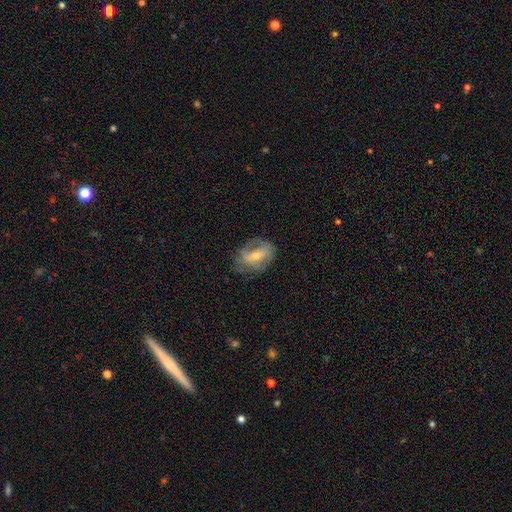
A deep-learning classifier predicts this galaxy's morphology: This is possibly a featured or disk galaxy (58%). It is clearly not viewed edge-on (93%). Bar: marginally weak (38%). Spiral arm pattern: possibly yes (58%). Central bulge: possibly small (48%). Merging: possibly none (56%).